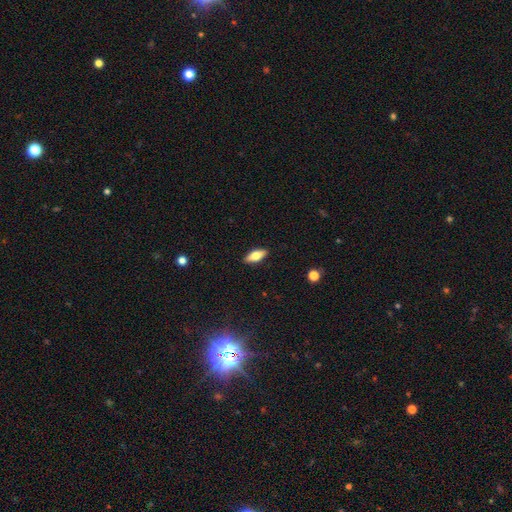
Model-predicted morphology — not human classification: type=smooth (66%); roundness=in between (76%); merging=none (89%).